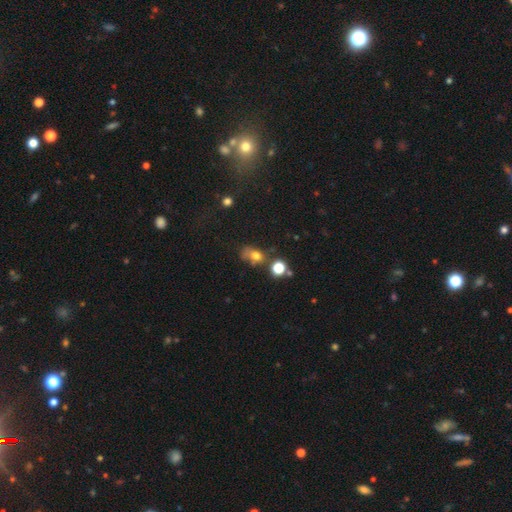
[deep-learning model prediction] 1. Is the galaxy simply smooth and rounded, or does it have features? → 68% smooth, 18% star or artifact, 15% featured or disk.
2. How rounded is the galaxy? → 52% in between, 46% round, 2% cigar-shaped.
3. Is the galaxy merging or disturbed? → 34% none, 23% minor disturbance, 22% major disturbance, 21% merger.